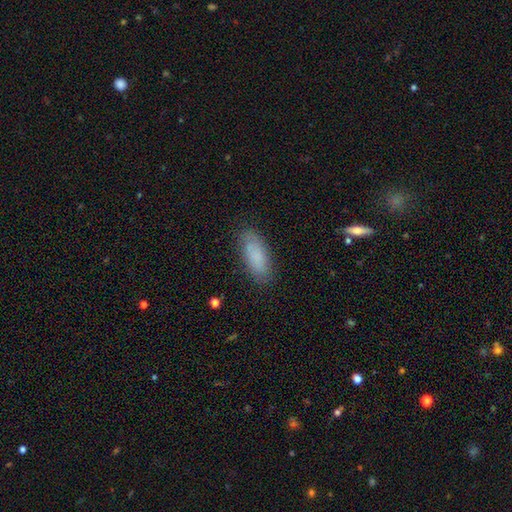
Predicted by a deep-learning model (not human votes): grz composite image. It shows a smooth galaxy with no disk features (81%) that is in between round and cigar-shaped (77%). Merging: none (80%).